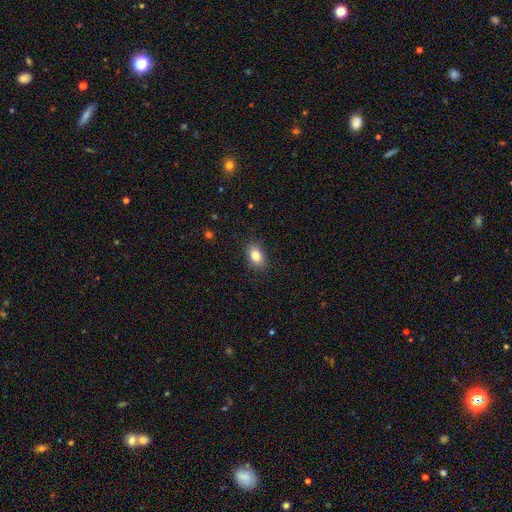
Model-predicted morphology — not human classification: Overall: smooth (83%). How rounded: in between (84%). Merging: none (87%).